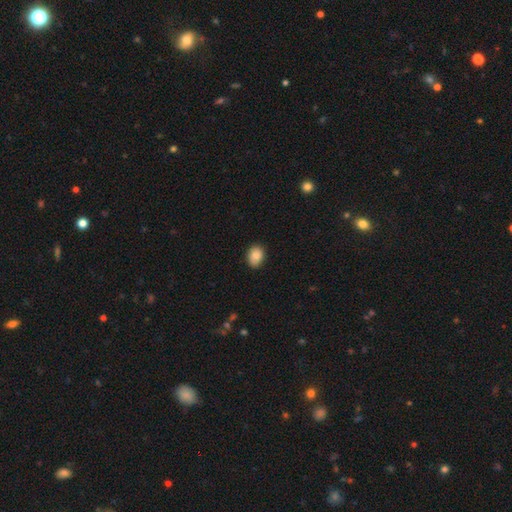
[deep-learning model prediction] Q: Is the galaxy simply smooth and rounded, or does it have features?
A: smooth — 87%.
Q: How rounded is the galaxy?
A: in between — 66%.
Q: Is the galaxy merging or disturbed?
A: none — 83%.